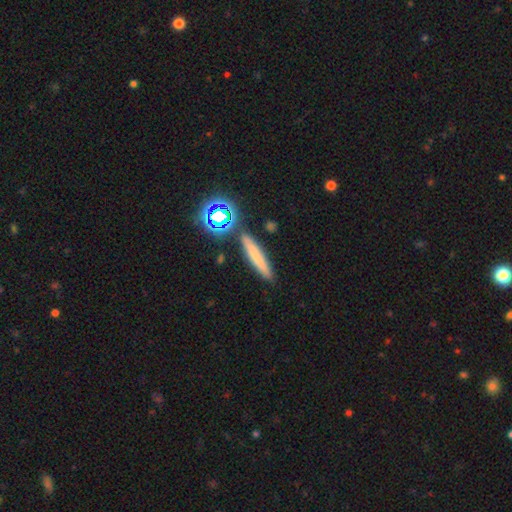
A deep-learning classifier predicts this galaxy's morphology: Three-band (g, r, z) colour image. It shows a smooth galaxy with no disk features (66%) that is cigar-shaped (87%). Merging: none (86%).